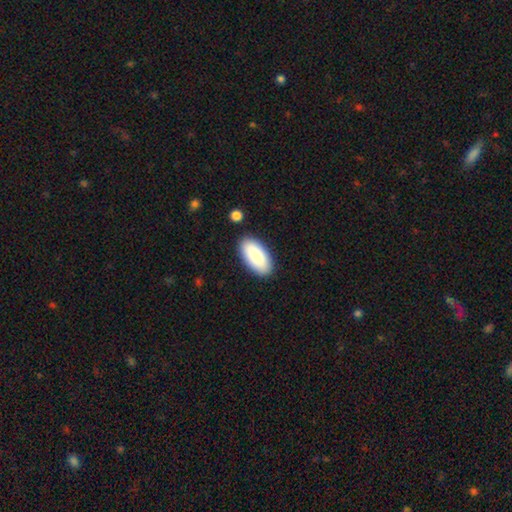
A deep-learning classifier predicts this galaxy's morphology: Smooth or featured: smooth — 88% (featured or disk — 6%)
How rounded: in between — 95% (cigar-shaped — 3%)
Merging: none — 87% (minor disturbance — 9%)